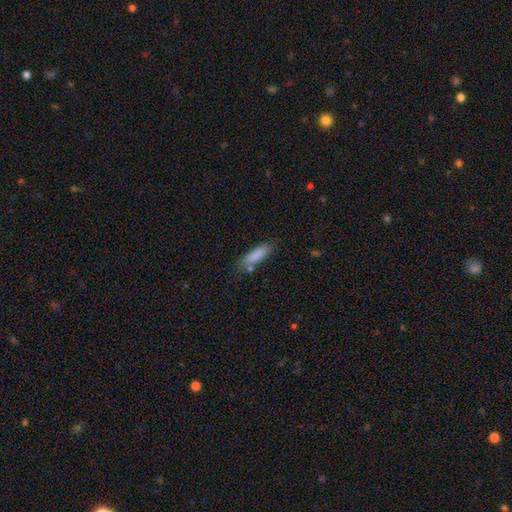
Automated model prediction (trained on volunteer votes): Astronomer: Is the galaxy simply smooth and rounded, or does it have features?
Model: smooth — 84%.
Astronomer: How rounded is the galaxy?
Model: cigar-shaped — 56% (runner-up: in between, 42%).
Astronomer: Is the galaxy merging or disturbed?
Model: none — 69%.